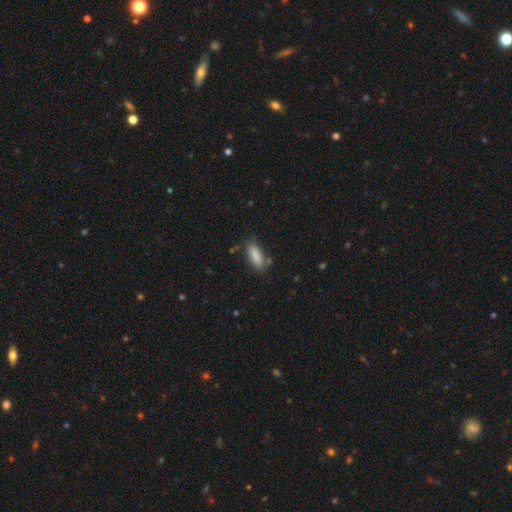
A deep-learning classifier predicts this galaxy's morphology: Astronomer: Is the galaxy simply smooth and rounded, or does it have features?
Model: smooth — 87%.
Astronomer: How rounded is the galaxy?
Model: in between — 60% (runner-up: cigar-shaped, 38%).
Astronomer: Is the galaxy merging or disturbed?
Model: none — 75%.